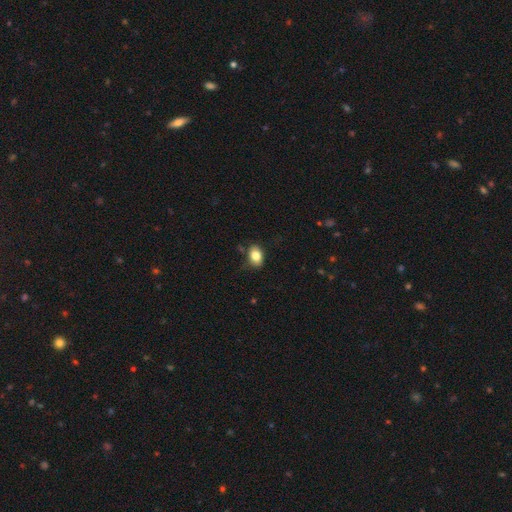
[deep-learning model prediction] This is clearly a smooth galaxy (82%). How rounded: likely in between (78%). Merging: likely none (74%).